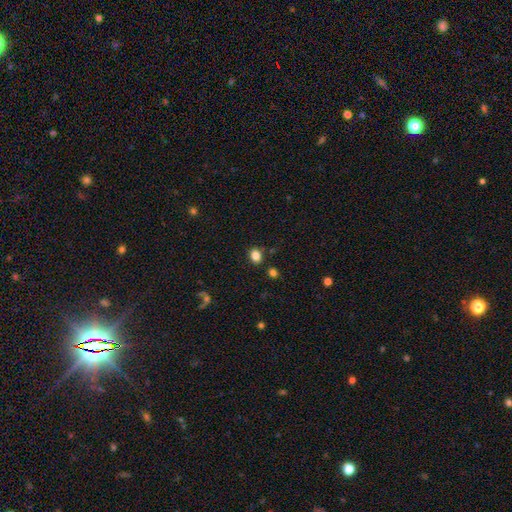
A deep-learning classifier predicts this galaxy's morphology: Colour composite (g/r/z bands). It shows a smooth galaxy with no disk features (83%) that is in between round and cigar-shaped (56%). Merging: none (82%).